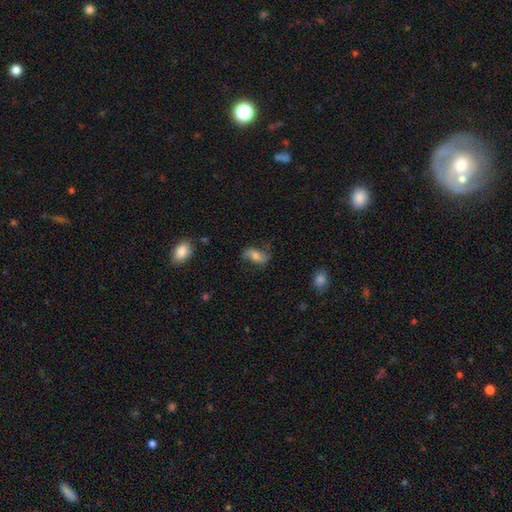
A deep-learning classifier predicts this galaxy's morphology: Smooth or featured? Predicted: featured or disk (p=0.51). Edge-on disk? Predicted: no (p=0.90). Merging? Predicted: none (p=0.70).